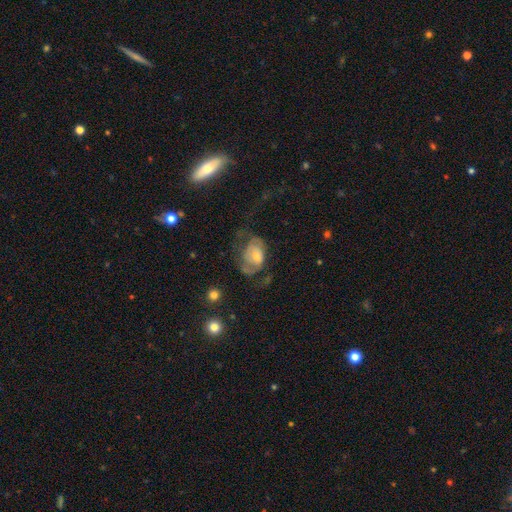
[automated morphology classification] featured or disk 47%, smooth 45%, star or artifact 8%. Down the decision tree: merging — major disturbance (46%).